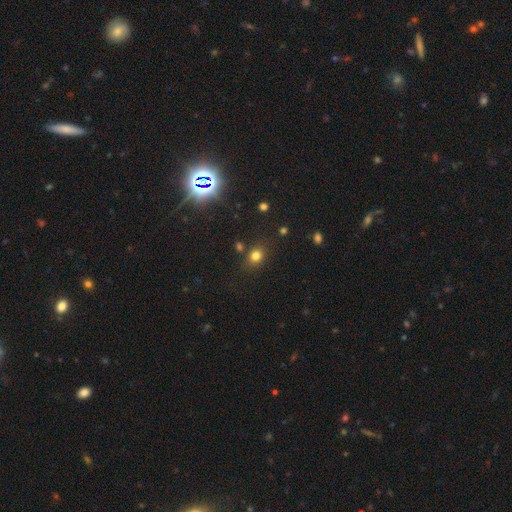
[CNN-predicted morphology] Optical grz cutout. It shows a smooth galaxy with no disk features (74%) that is round (64%). Merging: none (77%).